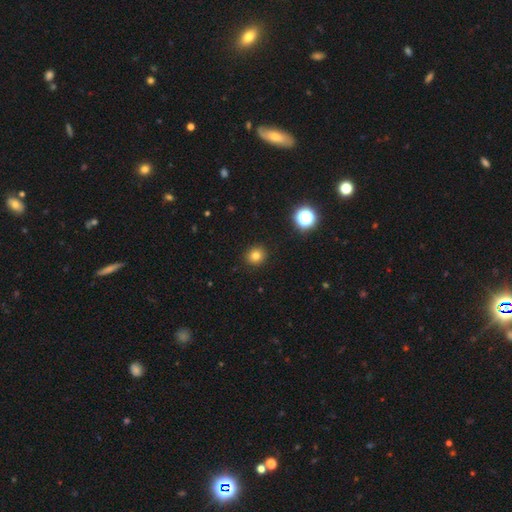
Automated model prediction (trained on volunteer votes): A smooth galaxy with no disk features (79%) that is round (87%). Merging: none (92%).